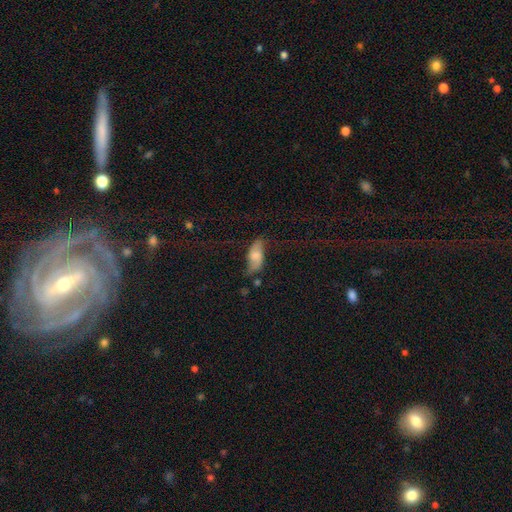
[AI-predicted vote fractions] Q: Smooth or featured?
A: smooth (54%); runner-up: featured or disk (38%)
Q: How rounded?
A: in between (84%); runner-up: cigar-shaped (13%)
Q: Merging?
A: none (56%); runner-up: minor disturbance (26%)